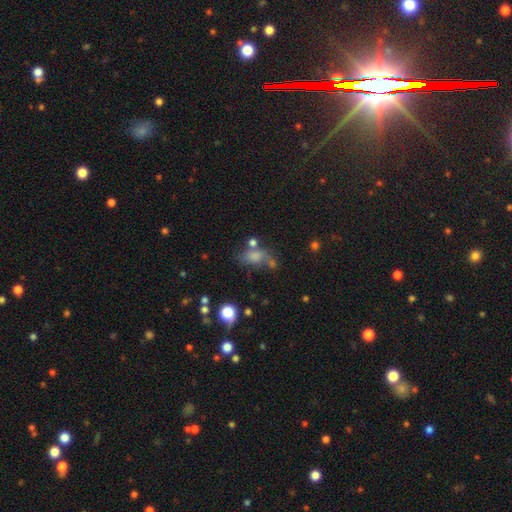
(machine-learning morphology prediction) Smooth or featured?
  - smooth: 57% *
  - star or artifact: 22%
  - featured or disk: 21%
How rounded?
  - in between: 73% *
  - round: 20%
  - cigar-shaped: 7%
Merging?
  - none: 40% *
  - minor disturbance: 22%
  - major disturbance: 20%
  - merger: 19%